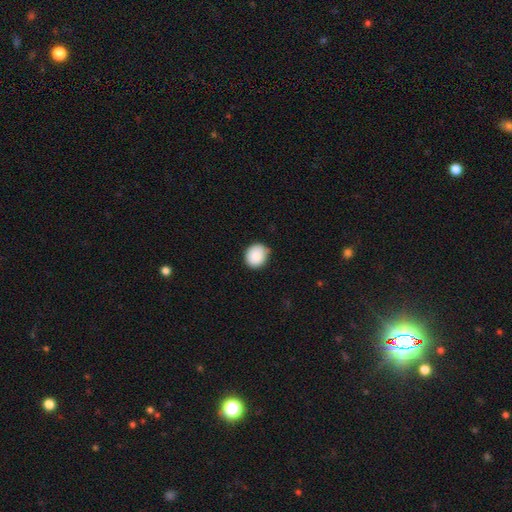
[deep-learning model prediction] Q: Smooth or featured?
A: smooth (88%); runner-up: star or artifact (8%)
Q: How rounded?
A: round (78%); runner-up: in between (21%)
Q: Merging?
A: none (78%); runner-up: minor disturbance (18%)